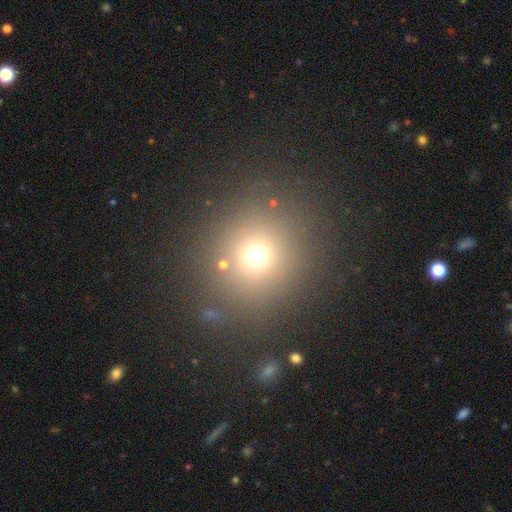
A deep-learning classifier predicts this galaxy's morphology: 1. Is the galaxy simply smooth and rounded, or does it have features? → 68% smooth, 23% star or artifact, 10% featured or disk.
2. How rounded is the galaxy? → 88% round, 11% in between, 1% cigar-shaped.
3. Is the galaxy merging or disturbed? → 84% none, 8% minor disturbance, 5% major disturbance, 4% merger.